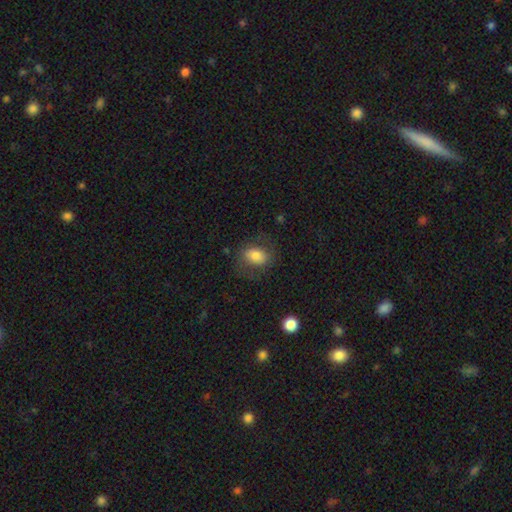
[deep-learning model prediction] The model was most divided on "how rounded": in between: 71%, round: 28%, cigar-shaped: 1%. More confident: smooth or featured — smooth (72%); merging — none (68%).